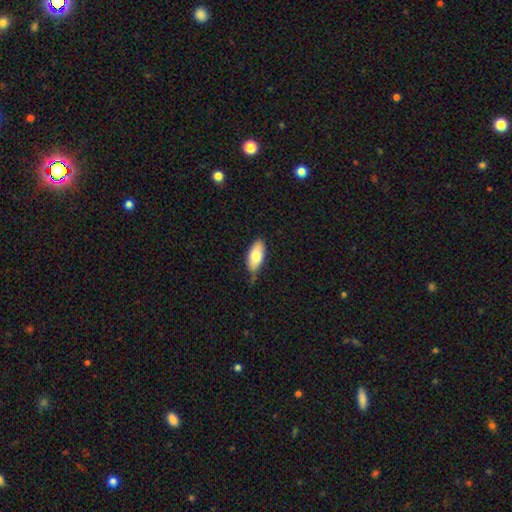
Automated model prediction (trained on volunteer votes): Smooth or featured?
  - smooth: 75% *
  - featured or disk: 18%
  - star or artifact: 6%
How rounded?
  - in between: 88% *
  - cigar-shaped: 10%
  - round: 2%
Merging?
  - none: 61% *
  - minor disturbance: 32%
  - major disturbance: 6%
  - merger: 2%